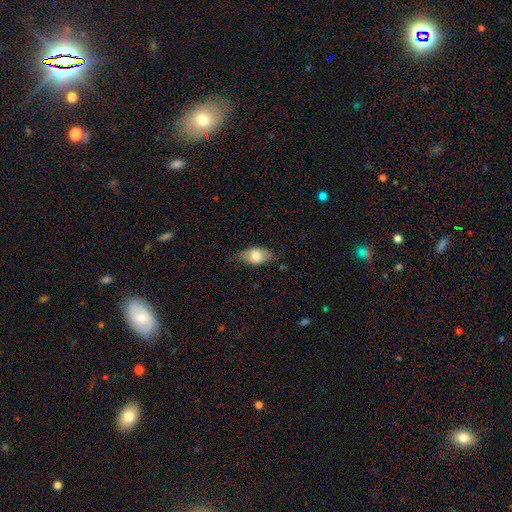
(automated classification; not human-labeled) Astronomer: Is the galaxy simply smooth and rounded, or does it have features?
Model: smooth — 74%.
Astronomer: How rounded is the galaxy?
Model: in between — 88%.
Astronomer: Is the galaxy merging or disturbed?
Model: none — 71%.